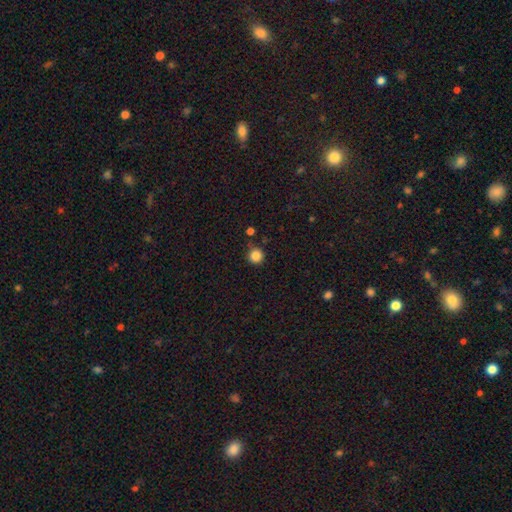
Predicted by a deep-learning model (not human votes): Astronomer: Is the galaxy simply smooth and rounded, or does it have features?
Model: smooth — 85%.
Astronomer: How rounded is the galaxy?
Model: round — 95%.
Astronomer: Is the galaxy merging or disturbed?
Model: none — 83%.